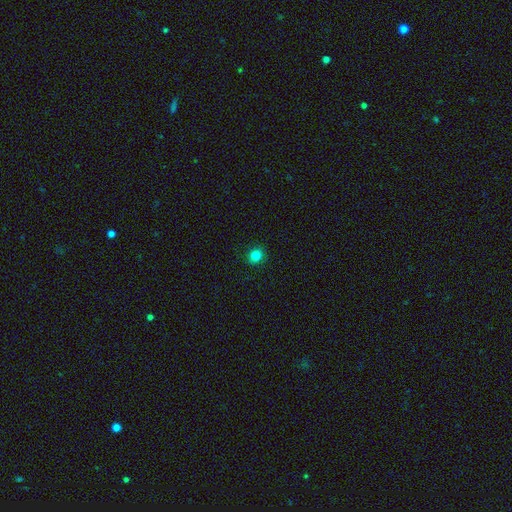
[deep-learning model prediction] A smooth galaxy with no disk features (83%) that is round (81%). Merging: none (92%).